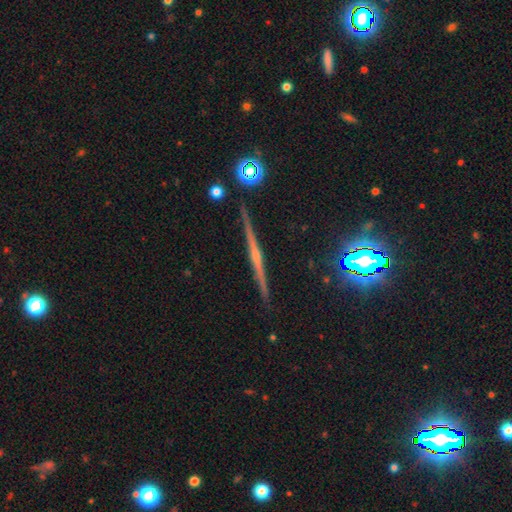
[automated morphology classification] Smooth or featured? Predicted: featured or disk (p=0.78). Edge-on disk? Predicted: yes (p=0.98). Edge-on bulge? Predicted: rounded (p=0.68). Merging? Predicted: none (p=0.92).